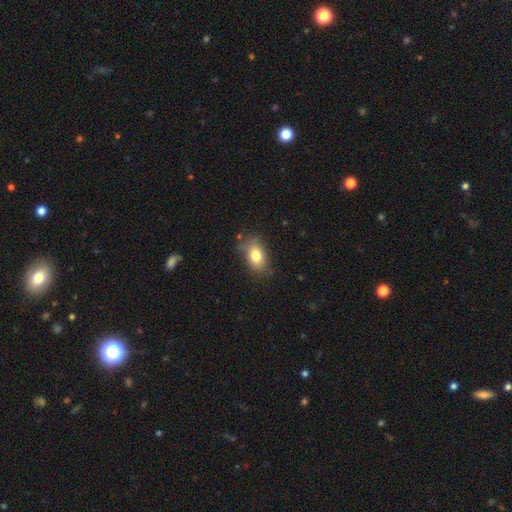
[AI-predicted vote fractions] This appears to be a smooth galaxy with no disk features (80%) that is in between round and cigar-shaped (84%). Merging: none (70%).